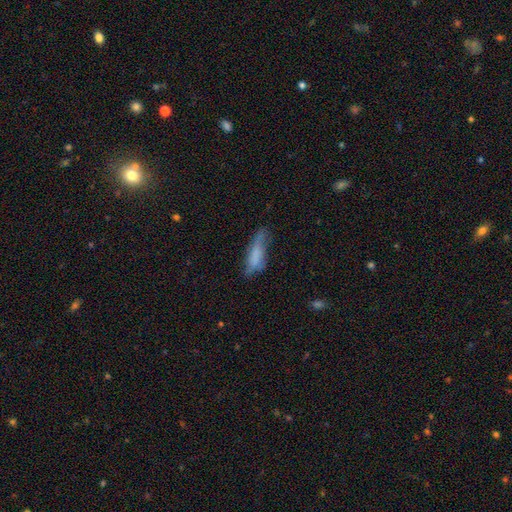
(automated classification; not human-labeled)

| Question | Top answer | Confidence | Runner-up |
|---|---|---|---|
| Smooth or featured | smooth | 65% | featured or disk (25%) |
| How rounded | cigar-shaped | 61% | in between (37%) |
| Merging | none | 42% | minor disturbance (34%) |